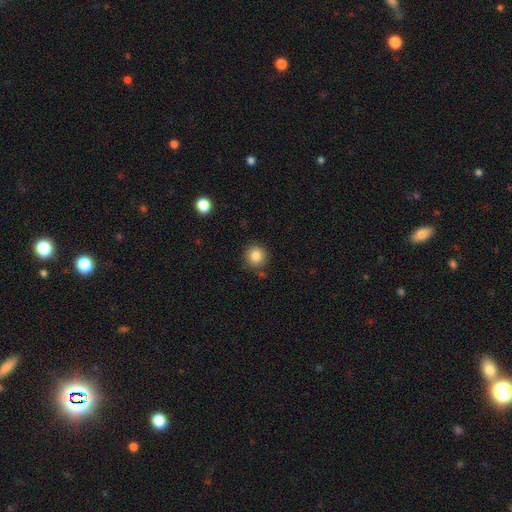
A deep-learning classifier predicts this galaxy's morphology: Overall: smooth (84%). How rounded: round (92%). Merging: none (84%).